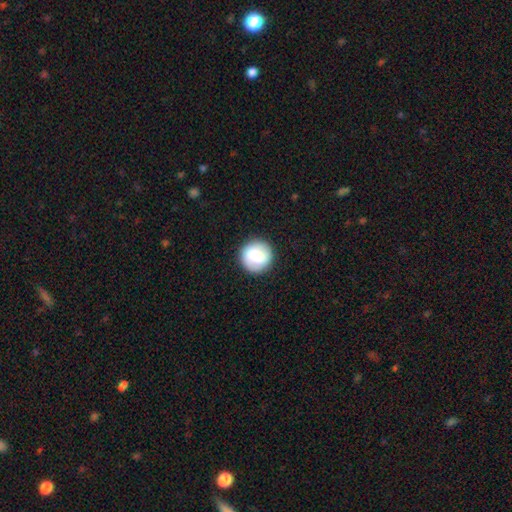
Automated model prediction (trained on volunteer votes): smooth_or_featured: smooth (p=0.75) [alt: featured or disk p=0.18]
how_rounded: round (p=0.93) [alt: in between p=0.06]
merging: none (p=0.88) [alt: minor disturbance p=0.08]